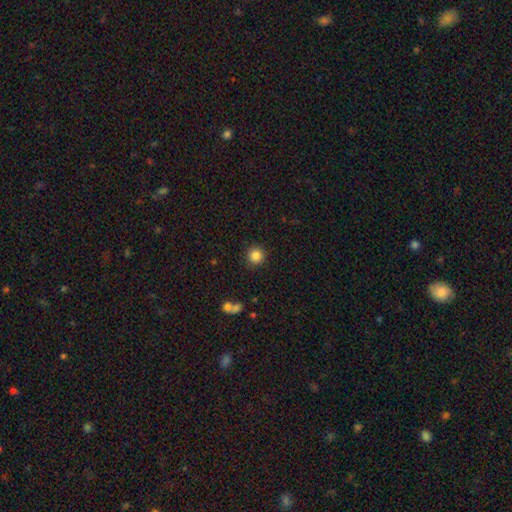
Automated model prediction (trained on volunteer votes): This is clearly a smooth galaxy (85%). How rounded: clearly round (95%). Merging: clearly none (91%).